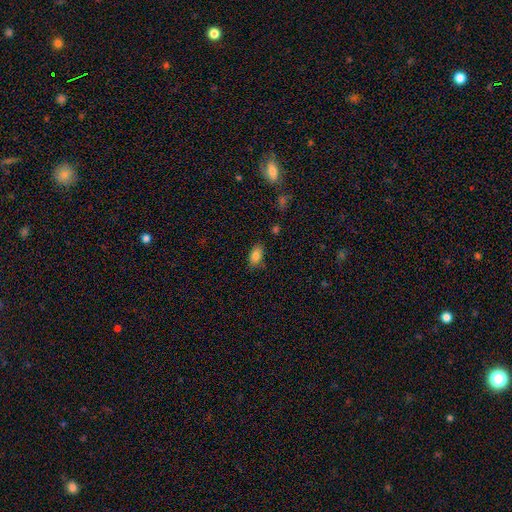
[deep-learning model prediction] The model was most divided on "merging": none: 81%, minor disturbance: 14%, major disturbance: 3%, merger: 2%. More confident: how rounded — in between (90%); smooth or featured — smooth (84%).